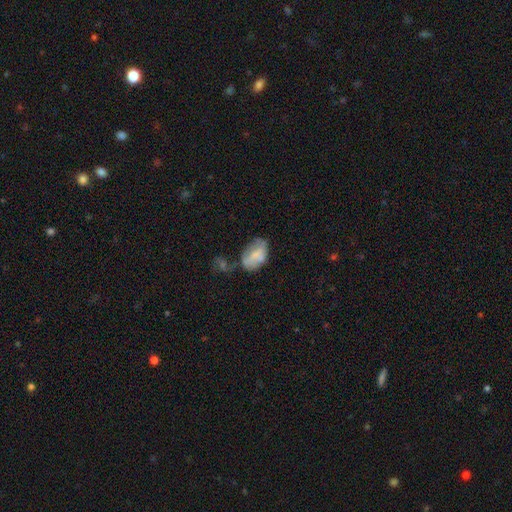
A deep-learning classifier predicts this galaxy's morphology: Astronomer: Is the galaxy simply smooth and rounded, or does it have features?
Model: smooth — 65%.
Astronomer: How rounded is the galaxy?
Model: in between — 90%.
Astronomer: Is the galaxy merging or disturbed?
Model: none — 34% (runner-up: minor disturbance, 29%).